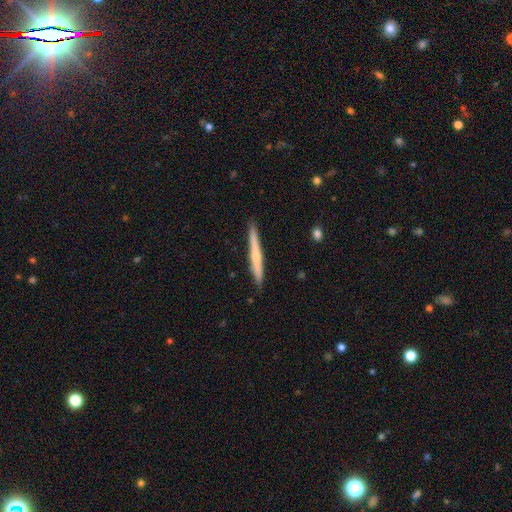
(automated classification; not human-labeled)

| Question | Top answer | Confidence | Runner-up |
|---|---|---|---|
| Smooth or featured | smooth | 47% | tied: featured or disk (47%) |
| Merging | none | 91% | minor disturbance (7%) |